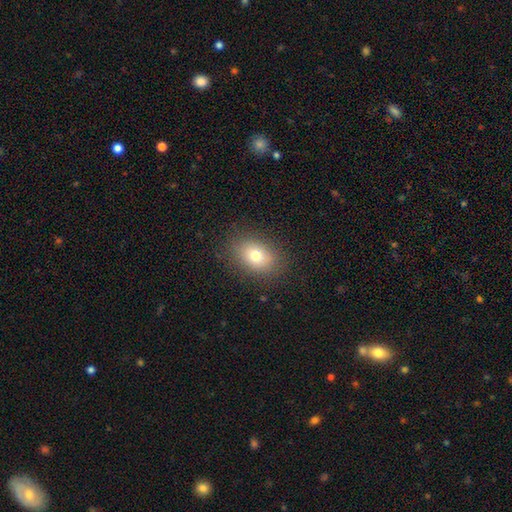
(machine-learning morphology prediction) Smooth or featured: smooth — 75% (featured or disk — 13%)
How rounded: in between — 72% (round — 27%)
Merging: none — 85% (minor disturbance — 10%)